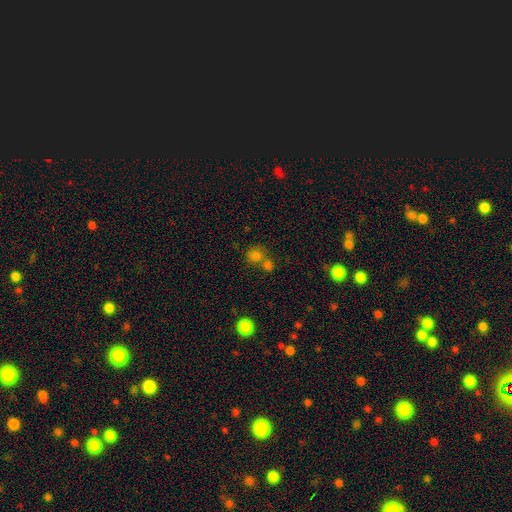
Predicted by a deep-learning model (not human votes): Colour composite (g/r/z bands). It shows a smooth galaxy with no disk features (76%) that is round (80%). Merging: merger (44%, tied with none).